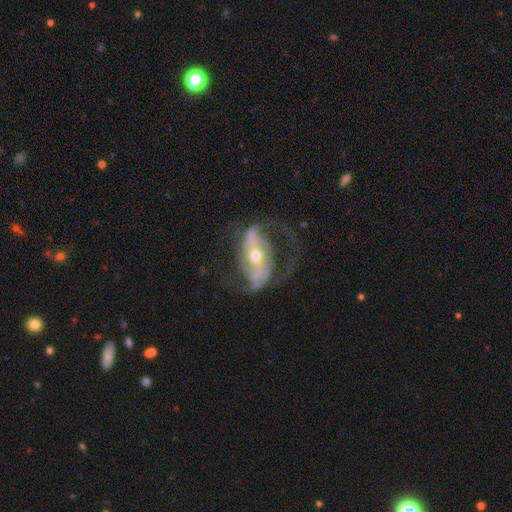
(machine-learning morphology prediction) Overall: featured or disk (88%). Edge-on disk: no (94%). Bar: strong (56%; weak 26%). Spiral arms: yes (94%). Spiral arm count: 2 (86%). Spiral winding: loose (49%; medium 40%). Bulge size: moderate (50%; small 46%). Merging: none (59%; major disturbance 22%).